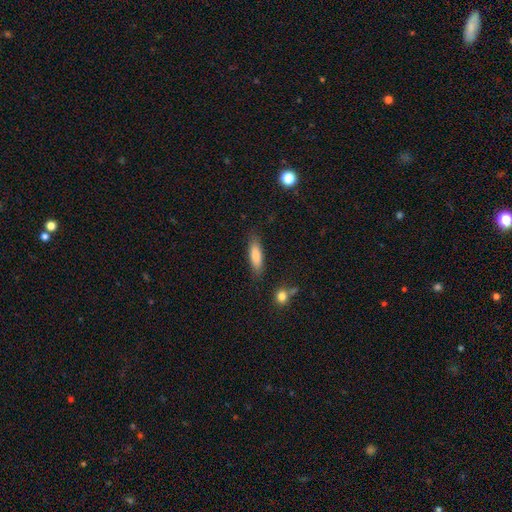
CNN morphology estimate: The model was most divided on "how rounded" (2-way tie): in between: 49%, cigar-shaped: 49%, round: 2%. More confident: smooth or featured — smooth (81%); merging — none (81%).